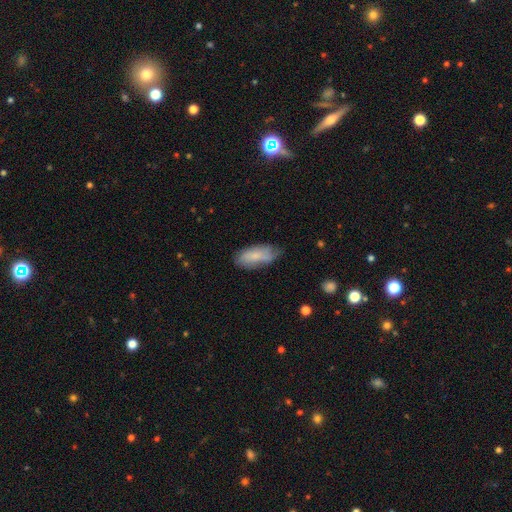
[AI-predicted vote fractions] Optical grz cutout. It shows a smooth galaxy with no disk features (74%) that is in between round and cigar-shaped (83%). Merging: none (58%).